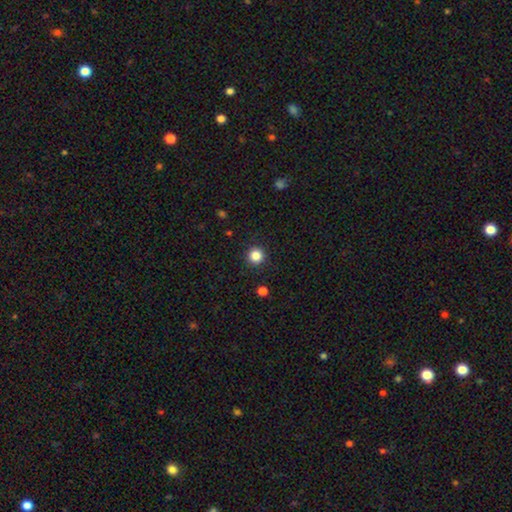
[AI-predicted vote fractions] Smooth or featured: smooth — 86% (star or artifact — 11%)
How rounded: round — 95% (in between — 4%)
Merging: none — 92% (minor disturbance — 5%)